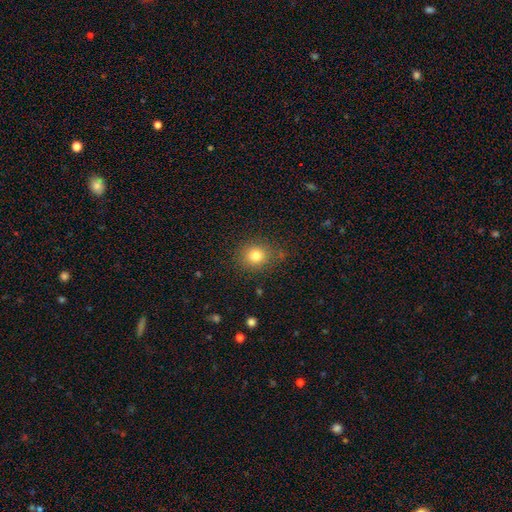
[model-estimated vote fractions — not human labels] smooth_or_featured: smooth (p=0.79) [alt: star or artifact p=0.12]
how_rounded: round (p=0.81) [alt: in between p=0.18]
merging: none (p=0.81) [alt: minor disturbance p=0.13]